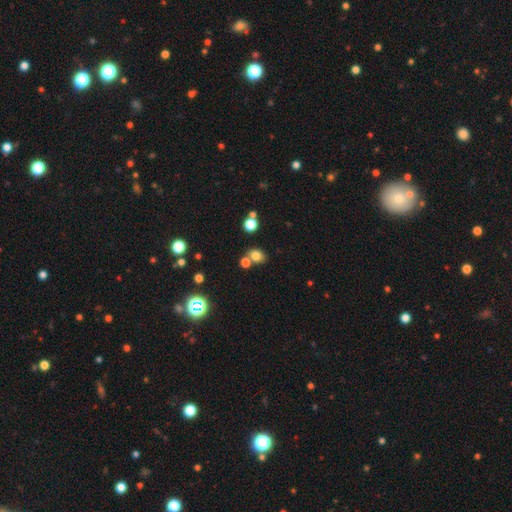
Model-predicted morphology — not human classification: Smooth or featured? Predicted: smooth (p=0.76). How rounded? Predicted: round (p=0.58). Merging? Predicted: none (p=0.62).